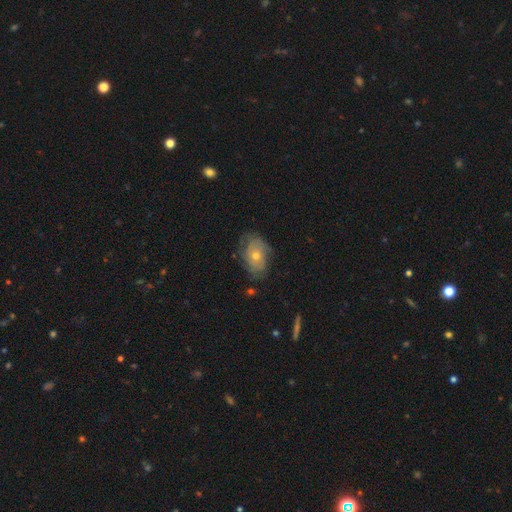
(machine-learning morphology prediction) This is possibly a featured or disk galaxy (55%). It is clearly not viewed edge-on (93%). Bar: clearly no (85%). Spiral arm pattern: likely yes (66%). Central bulge: possibly moderate (53%). Merging: likely none (66%).